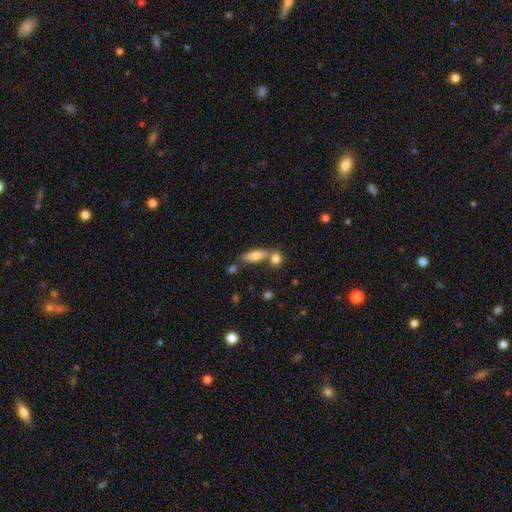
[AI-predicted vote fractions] Smooth or featured? smooth (73%)
How rounded? in between (59%)
Merging? none (52%)